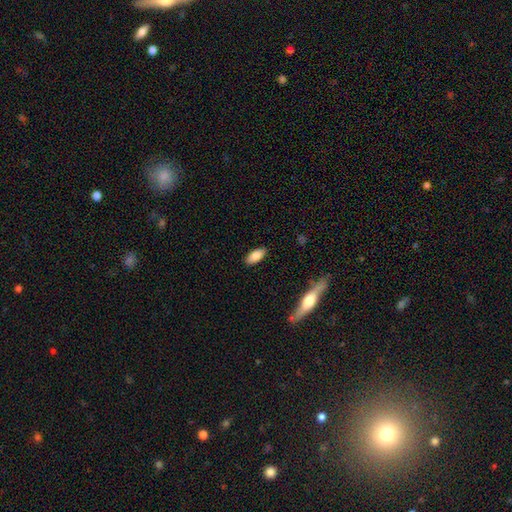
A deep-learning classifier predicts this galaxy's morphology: smooth_or_featured: smooth (p=0.85) [alt: featured or disk p=0.09]
how_rounded: in between (p=0.85) [alt: cigar-shaped p=0.13]
merging: none (p=0.88) [alt: minor disturbance p=0.09]